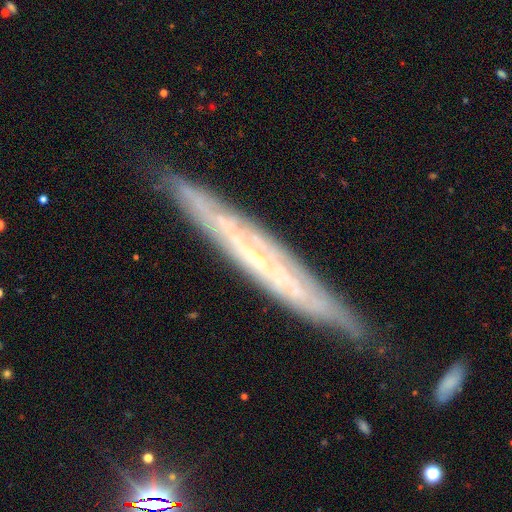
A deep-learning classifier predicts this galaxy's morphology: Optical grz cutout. It shows a featured or disk galaxy (77%) viewed edge-on (72%) with no central bulge (73%). Merging: none (79%).